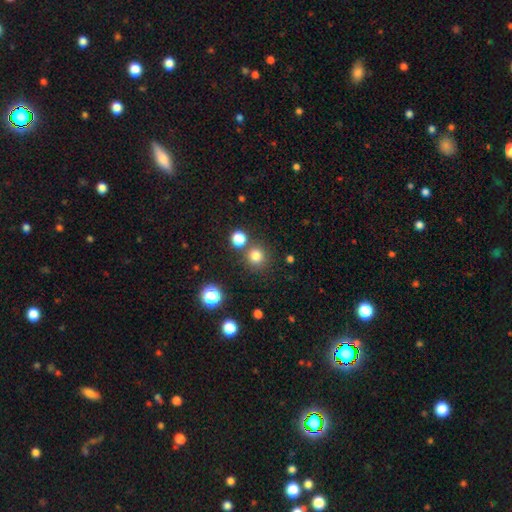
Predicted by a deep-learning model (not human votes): A smooth galaxy with no disk features (79%) that is round (93%). Merging: none (79%).